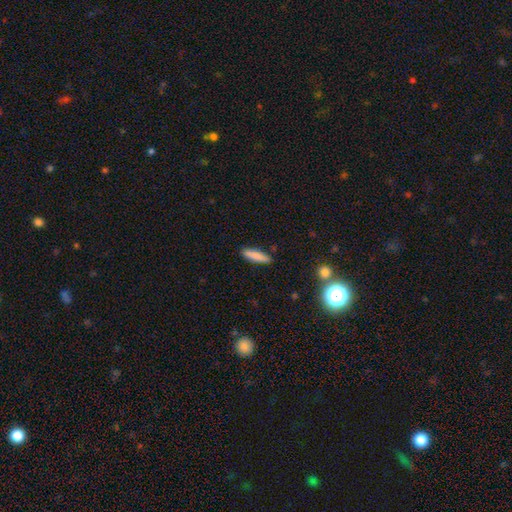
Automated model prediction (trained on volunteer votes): Overall: smooth (84%). How rounded: cigar-shaped (73%). Merging: none (86%).